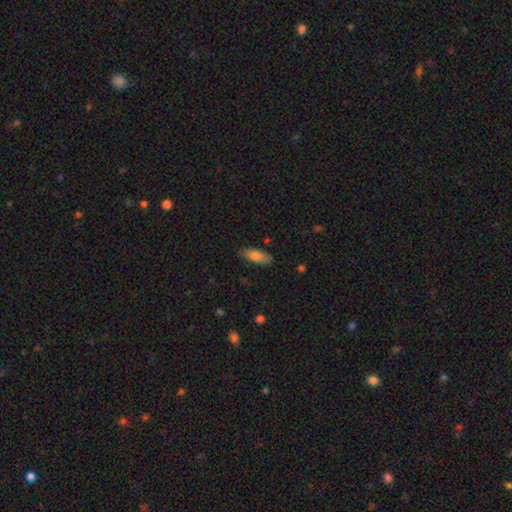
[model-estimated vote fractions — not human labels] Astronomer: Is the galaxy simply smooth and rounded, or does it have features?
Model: smooth — 82%.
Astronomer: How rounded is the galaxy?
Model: in between — 72%.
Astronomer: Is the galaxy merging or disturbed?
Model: none — 83%.